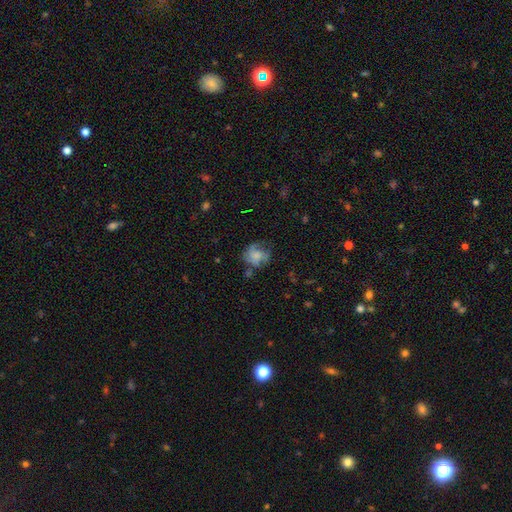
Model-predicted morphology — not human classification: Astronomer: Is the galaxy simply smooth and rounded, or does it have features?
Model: smooth — 52% (runner-up: featured or disk, 38%).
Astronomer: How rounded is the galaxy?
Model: round — 62% (runner-up: in between, 37%).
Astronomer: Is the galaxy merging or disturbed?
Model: none — 47% (runner-up: minor disturbance, 26%).